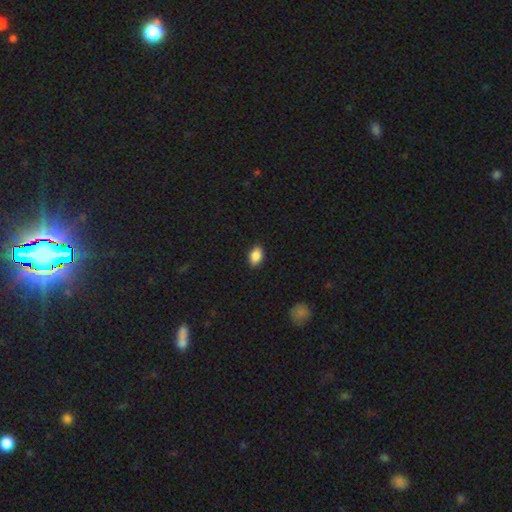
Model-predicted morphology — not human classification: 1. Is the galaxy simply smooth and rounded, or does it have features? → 88% smooth, 8% star or artifact, 4% featured or disk.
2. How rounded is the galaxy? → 88% in between, 10% round, 2% cigar-shaped.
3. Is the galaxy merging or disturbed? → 88% none, 9% minor disturbance, 2% major disturbance, 1% merger.